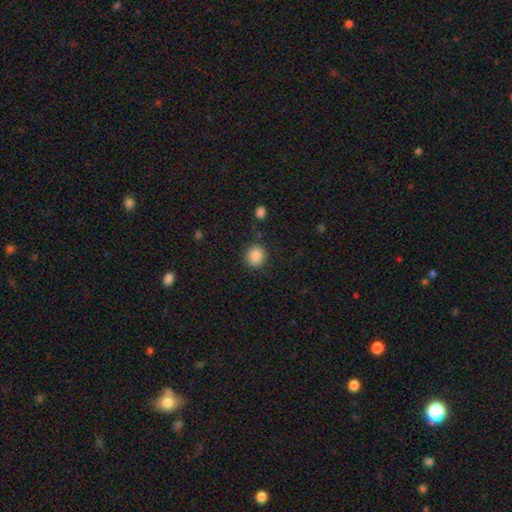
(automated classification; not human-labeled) Smooth or featured? smooth (87%)
How rounded? round (84%)
Merging? none (88%)